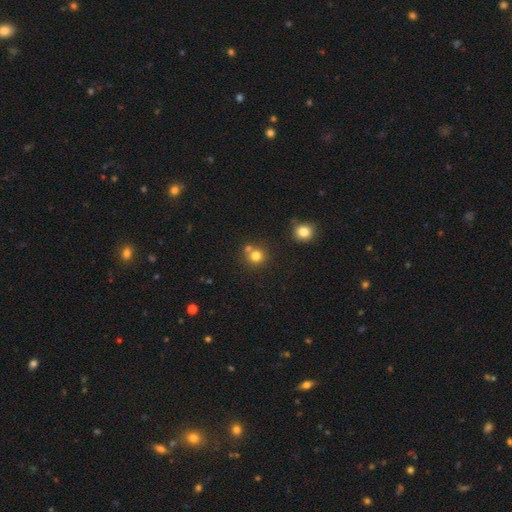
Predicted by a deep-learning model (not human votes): Smooth or featured: smooth — 79% (star or artifact — 14%)
How rounded: round — 90% (in between — 9%)
Merging: none — 67% (merger — 23%)